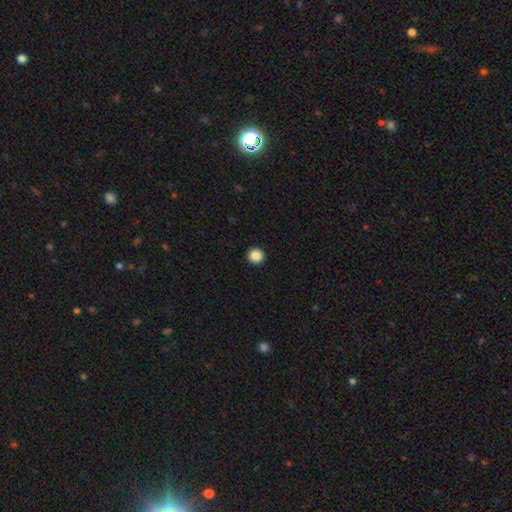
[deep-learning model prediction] smooth-or-featured: smooth: 87% | star or artifact: 10% | featured or disk: 3%
  how-rounded: round: 96% | in between: 3% | cigar-shaped: 1%
  merging: none: 94% | minor disturbance: 4% | major disturbance: 1% | merger: 1%